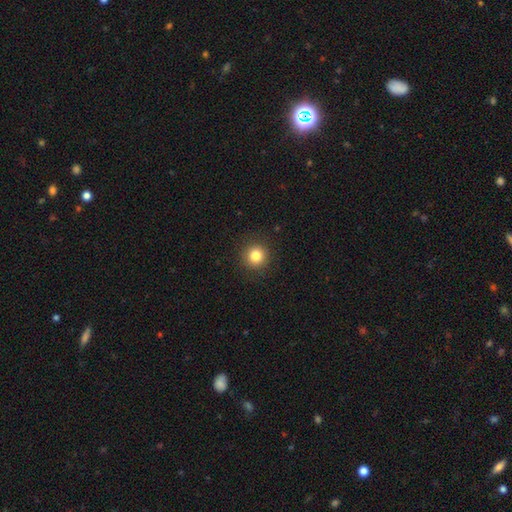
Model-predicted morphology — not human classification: The model was most divided on "smooth or featured": smooth: 83%, star or artifact: 12%, featured or disk: 6%. More confident: how rounded — round (94%); merging — none (92%).